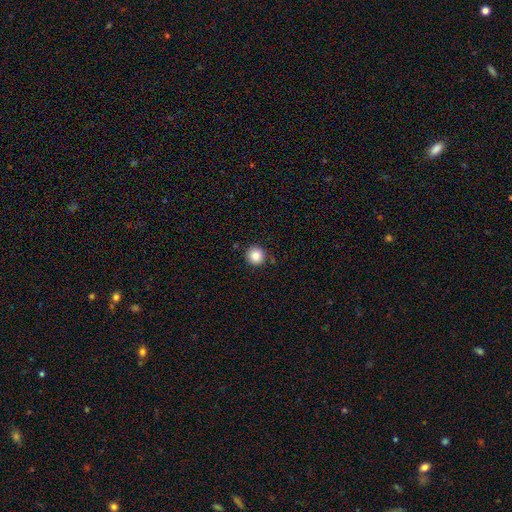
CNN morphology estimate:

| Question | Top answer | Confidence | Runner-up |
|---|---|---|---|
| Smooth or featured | smooth | 85% | star or artifact (10%) |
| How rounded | round | 95% | in between (4%) |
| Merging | none | 89% | minor disturbance (7%) |